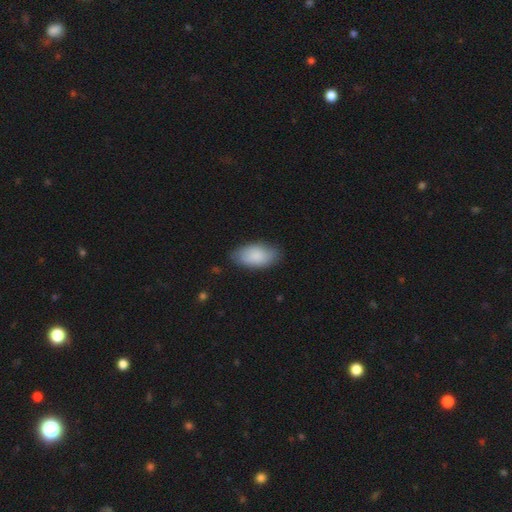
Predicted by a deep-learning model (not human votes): Smooth or featured? smooth (85%)
How rounded? in between (94%)
Merging? none (79%)